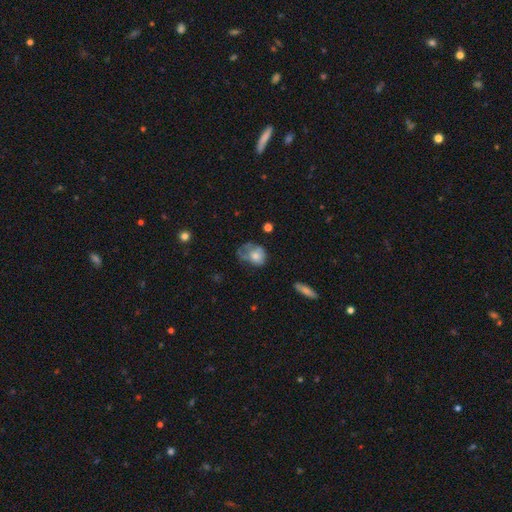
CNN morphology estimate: Smooth or featured?
  - smooth: 60% *
  - featured or disk: 31%
  - star or artifact: 9%
How rounded?
  - in between: 55% *
  - round: 43%
  - cigar-shaped: 1%
Merging?
  - major disturbance: 35% *
  - minor disturbance: 31%
  - none: 29%
  - merger: 5%